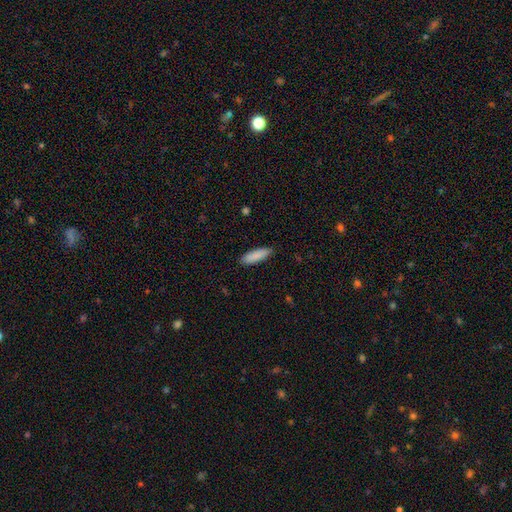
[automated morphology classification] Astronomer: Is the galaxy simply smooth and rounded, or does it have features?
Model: smooth — 88%.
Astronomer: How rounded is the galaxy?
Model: cigar-shaped — 56% (runner-up: in between, 43%).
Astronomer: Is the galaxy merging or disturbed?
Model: none — 89%.